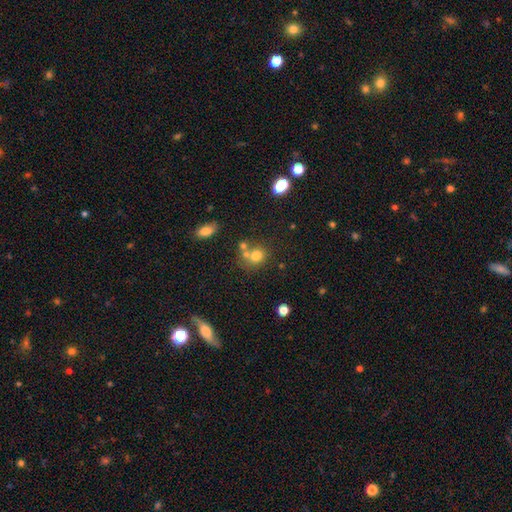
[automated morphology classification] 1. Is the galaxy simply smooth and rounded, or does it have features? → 73% smooth, 15% star or artifact, 13% featured or disk.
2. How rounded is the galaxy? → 76% round, 23% in between, 1% cigar-shaped.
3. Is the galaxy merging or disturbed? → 48% none, 35% merger, 11% minor disturbance, 5% major disturbance.